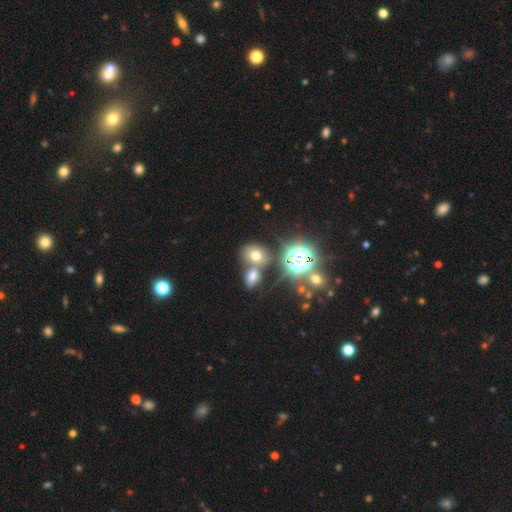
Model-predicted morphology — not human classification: type=smooth (60%); roundness=round (51%); merging=none (56%).